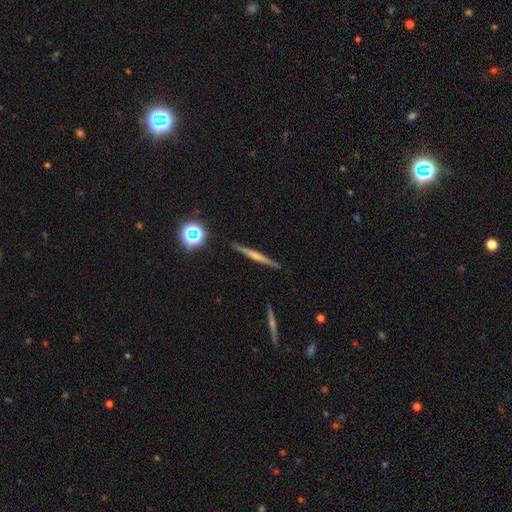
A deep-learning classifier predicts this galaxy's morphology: This is possibly a featured or disk galaxy (58%). It is clearly viewed edge-on (97%). Edge-on bulge: marginally none (43%). Merging: clearly none (90%).